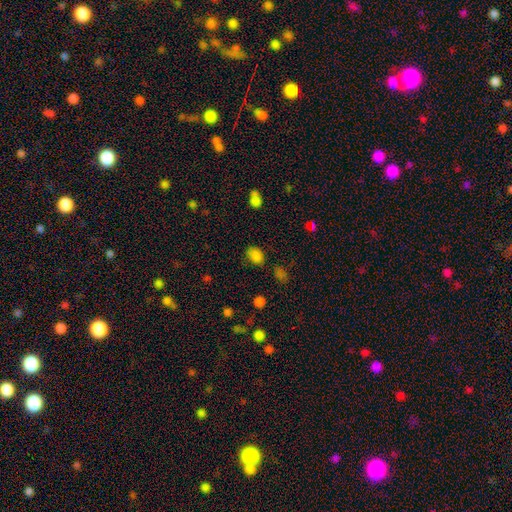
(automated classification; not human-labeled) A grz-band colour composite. It shows a smooth galaxy with no disk features (78%) that is in between round and cigar-shaped (67%). Merging: none (74%).